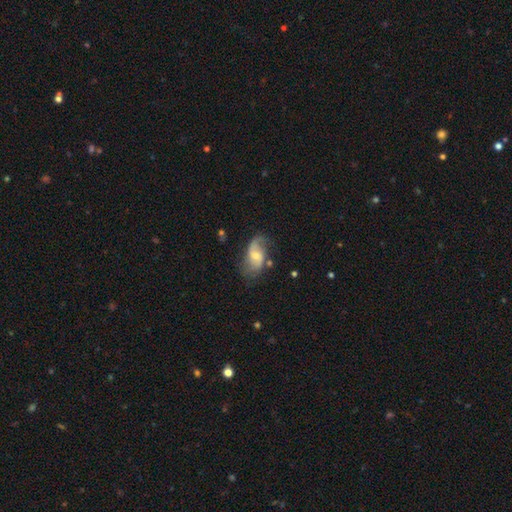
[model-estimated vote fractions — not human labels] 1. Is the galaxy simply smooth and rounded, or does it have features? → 68% featured or disk, 25% smooth, 7% star or artifact.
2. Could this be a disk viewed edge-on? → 96% no, 4% yes.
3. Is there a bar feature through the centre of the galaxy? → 50% no, 41% weak, 9% strong.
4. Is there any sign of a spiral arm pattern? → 88% yes, 12% no.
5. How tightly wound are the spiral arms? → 54% loose, 34% medium, 11% tight.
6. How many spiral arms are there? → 78% 2, 10% 1, 8% can't tell, 1% 3, 1% 4, 1% more than 4.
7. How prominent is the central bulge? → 48% moderate, 44% small, 4% large, 3% none, 1% dominant.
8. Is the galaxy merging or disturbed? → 58% none, 25% minor disturbance, 13% major disturbance, 4% merger.